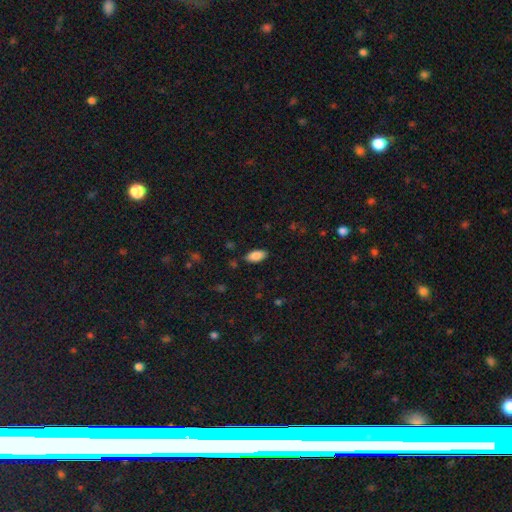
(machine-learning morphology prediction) Smooth or featured? smooth (86%)
How rounded? in between (92%)
Merging? none (86%)